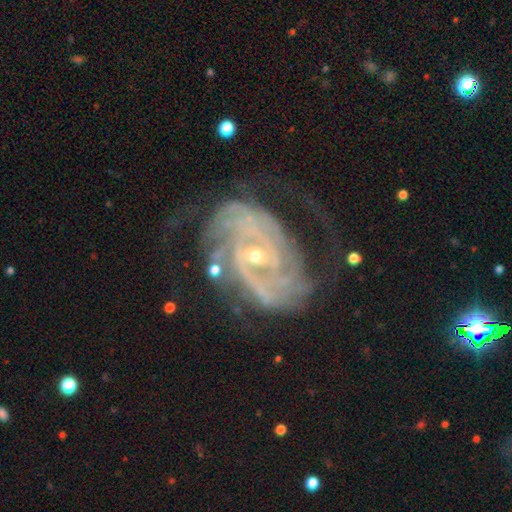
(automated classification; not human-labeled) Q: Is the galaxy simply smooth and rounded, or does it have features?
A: featured or disk — 91%.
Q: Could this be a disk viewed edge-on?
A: no — 97%.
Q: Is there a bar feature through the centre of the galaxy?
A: weak — 41%.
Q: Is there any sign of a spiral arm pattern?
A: yes — 96%.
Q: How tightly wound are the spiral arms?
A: tight — 54%.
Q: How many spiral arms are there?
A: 2 — 40%.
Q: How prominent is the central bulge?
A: small — 71%.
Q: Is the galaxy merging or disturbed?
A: none — 50%.